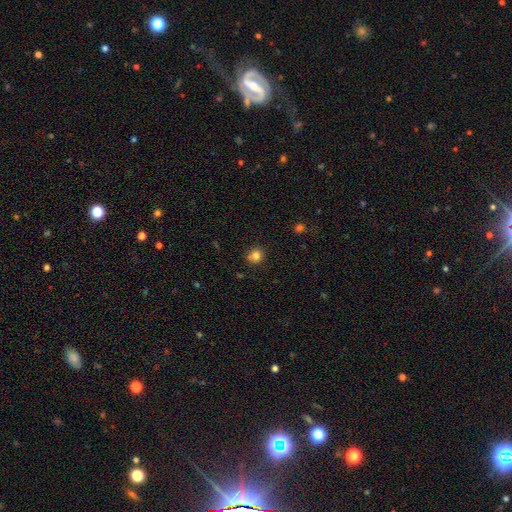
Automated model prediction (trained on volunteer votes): This is clearly a smooth galaxy (82%). How rounded: clearly round (85%). Merging: likely none (78%).